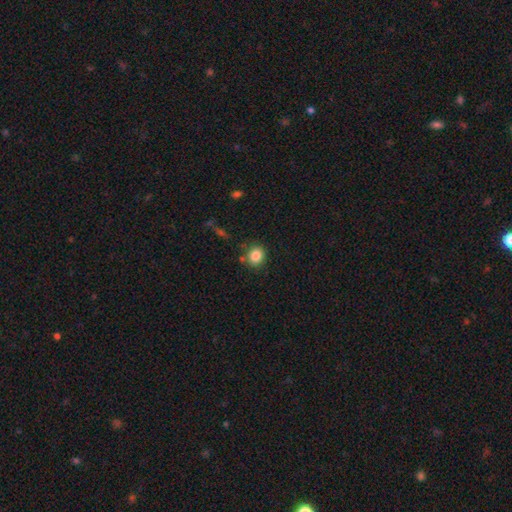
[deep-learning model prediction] Smooth or featured: smooth — 85% (star or artifact — 10%)
How rounded: round — 81% (in between — 18%)
Merging: none — 81% (minor disturbance — 11%)